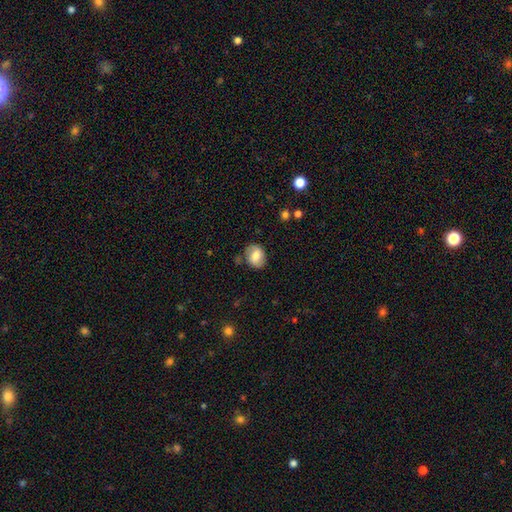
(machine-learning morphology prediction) Smooth or featured? Predicted: smooth (p=0.70). How rounded? Predicted: in between (p=0.52). Merging? Predicted: none (p=0.72).